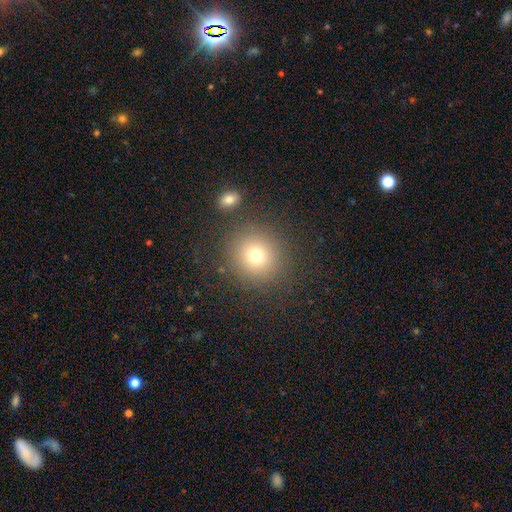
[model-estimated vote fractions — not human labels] The model was most divided on "smooth or featured": smooth: 73%, star or artifact: 16%, featured or disk: 11%. More confident: how rounded — round (92%); merging — none (85%).